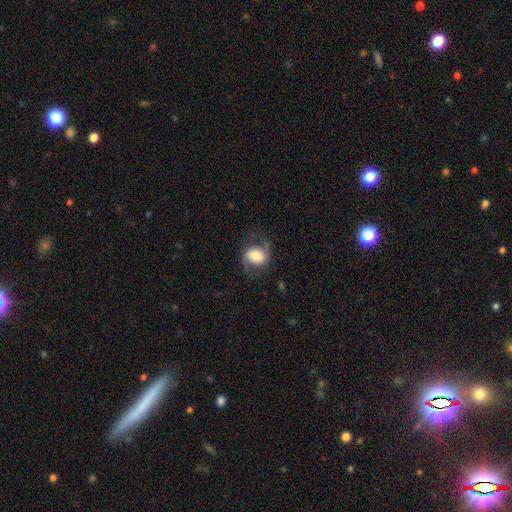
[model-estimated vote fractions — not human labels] featured or disk 52%, smooth 39%, star or artifact 9%. Down the decision tree: edge-on disk — no (96%); bar — no (59%); spiral arms — yes (85%); bulge size — moderate (40%); merging — none (67%).